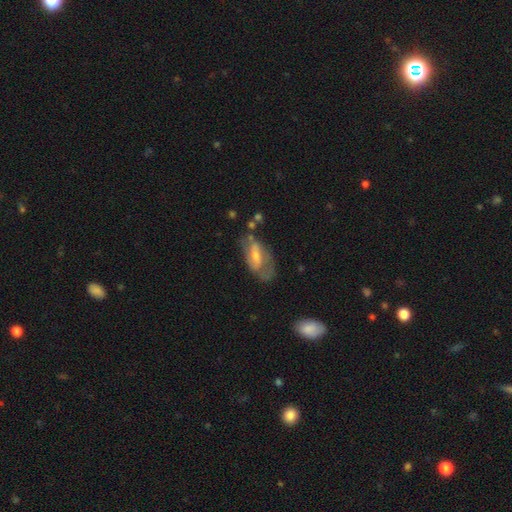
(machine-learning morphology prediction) featured or disk 57%, smooth 35%, star or artifact 8%. Down the decision tree: edge-on disk — no (90%); bar — weak (42%); spiral arms — yes (59%); bulge size — small (46%); merging — none (45%).